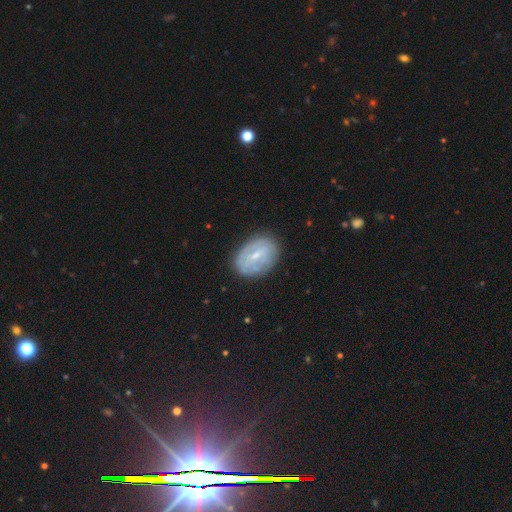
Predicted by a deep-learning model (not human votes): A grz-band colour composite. It shows a featured or disk galaxy (56%) with a weak bar (52%), no spiral arms (51%) and a small central bulge (67%). Merging: none (79%).